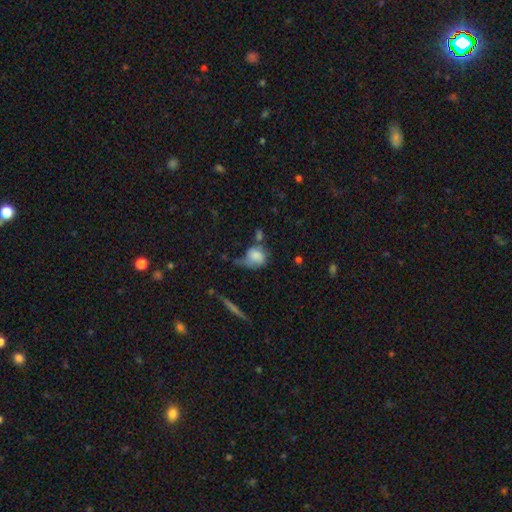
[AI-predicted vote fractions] Smooth or featured? smooth (71%)
How rounded? round (57%)
Merging? minor disturbance (30%)